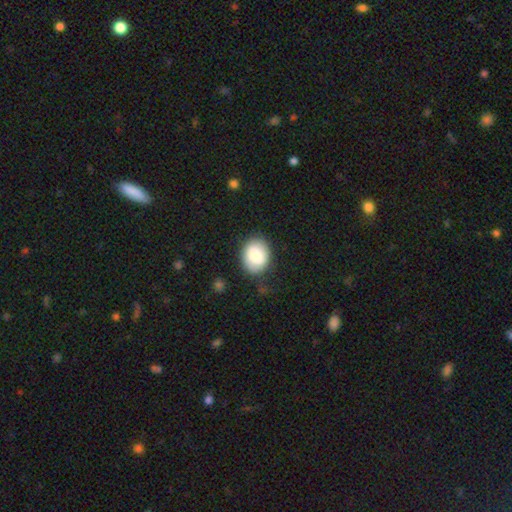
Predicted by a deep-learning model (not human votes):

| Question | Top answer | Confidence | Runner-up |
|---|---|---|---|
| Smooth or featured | smooth | 78% | featured or disk (15%) |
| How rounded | in between | 53% | round (46%) |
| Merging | none | 77% | minor disturbance (16%) |